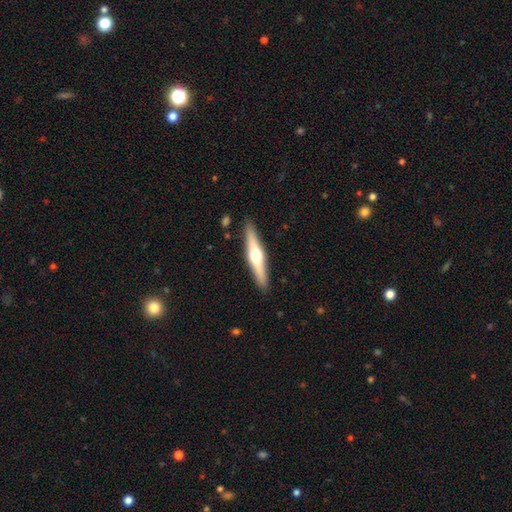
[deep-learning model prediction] smooth_or_featured: featured or disk (p=0.63) [alt: smooth p=0.32]
disk_edge_on: yes (p=0.96) [alt: no p=0.04]
edge_on_bulge: rounded (p=0.94) [alt: boxy p=0.03]
merging: none (p=0.90) [alt: minor disturbance p=0.07]